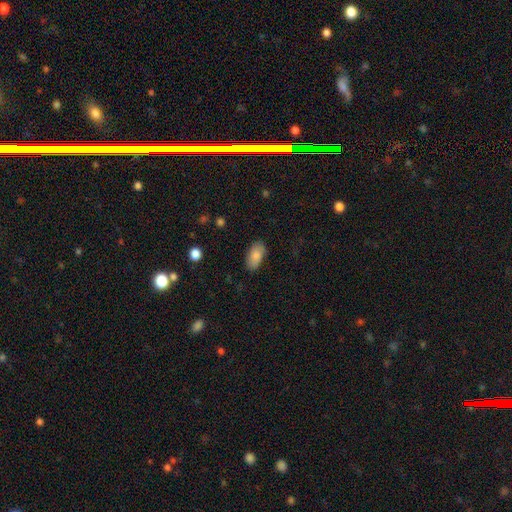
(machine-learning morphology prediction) Q: Smooth or featured?
A: smooth (85%); runner-up: featured or disk (8%)
Q: How rounded?
A: in between (93%); runner-up: cigar-shaped (3%)
Q: Merging?
A: none (83%); runner-up: minor disturbance (13%)